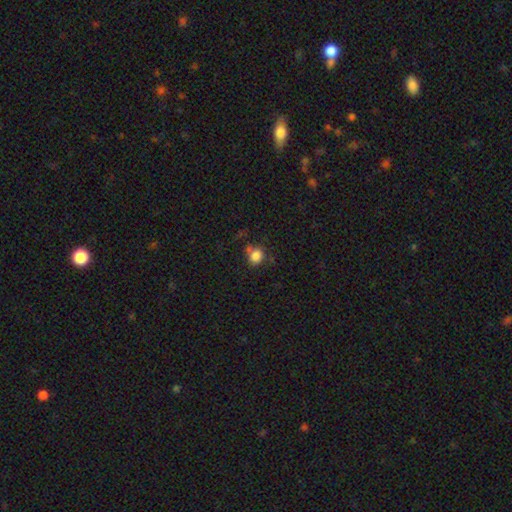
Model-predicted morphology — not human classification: This is clearly a smooth galaxy (82%). How rounded: likely round (74%). Merging: likely none (61%).